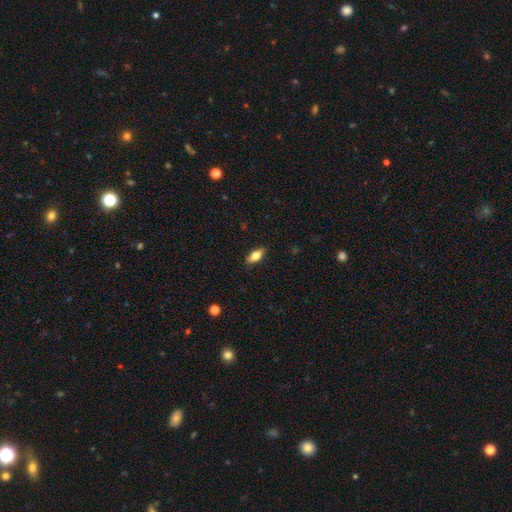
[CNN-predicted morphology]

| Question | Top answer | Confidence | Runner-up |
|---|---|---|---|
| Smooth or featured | smooth | 66% | featured or disk (27%) |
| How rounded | in between | 76% | cigar-shaped (20%) |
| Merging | none | 87% | minor disturbance (10%) |